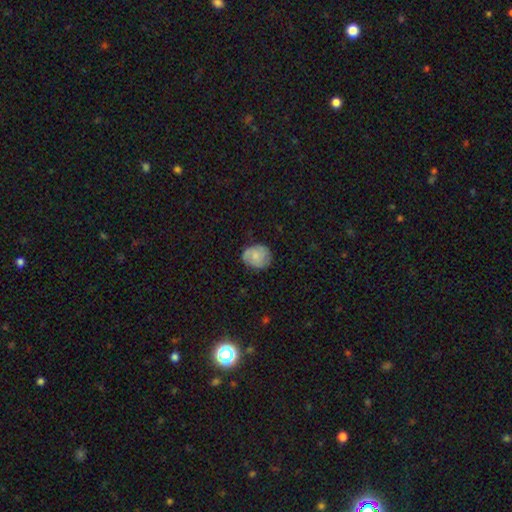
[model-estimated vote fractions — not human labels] Smooth or featured: smooth — 65% (featured or disk — 28%)
How rounded: round — 61% (in between — 38%)
Merging: none — 69% (minor disturbance — 24%)